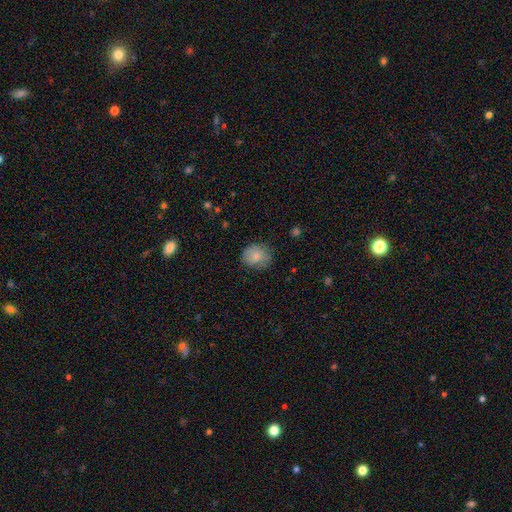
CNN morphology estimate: This is clearly a smooth galaxy (82%). How rounded: likely round (66%). Merging: likely none (77%).